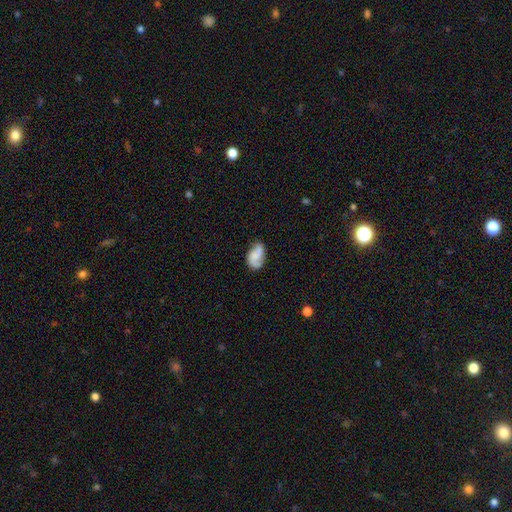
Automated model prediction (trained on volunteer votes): Smooth or featured?
  - featured or disk: 48% *
  - smooth: 44%
  - star or artifact: 8%
Merging?
  - none: 58% *
  - minor disturbance: 27%
  - major disturbance: 11%
  - merger: 3%